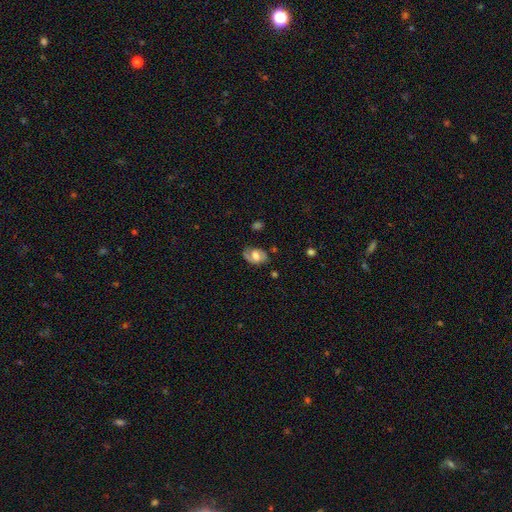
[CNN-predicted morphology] Smooth or featured? featured or disk (57%)
Edge-on disk? no (95%)
Bar? no (52%)
Spiral arms? yes (73%)
Bulge size? moderate (49%)
Merging? none (70%)